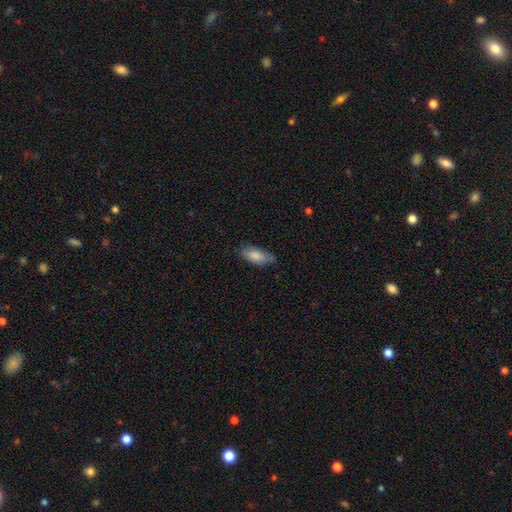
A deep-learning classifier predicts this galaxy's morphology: This is clearly a smooth galaxy (83%). How rounded: clearly in between (84%). Merging: likely none (68%).